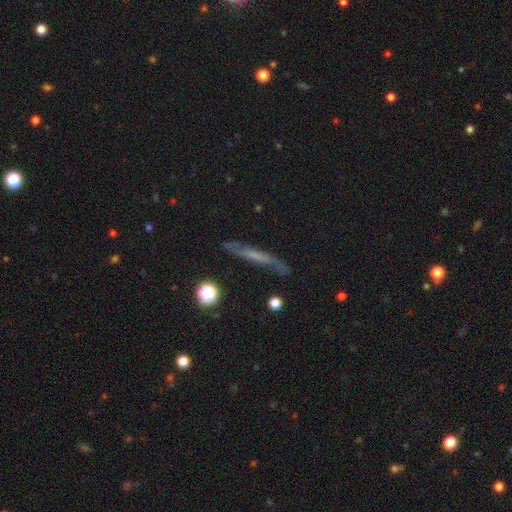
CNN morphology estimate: type=featured or disk (56%); edge-on=yes (75%); merging=none (76%).